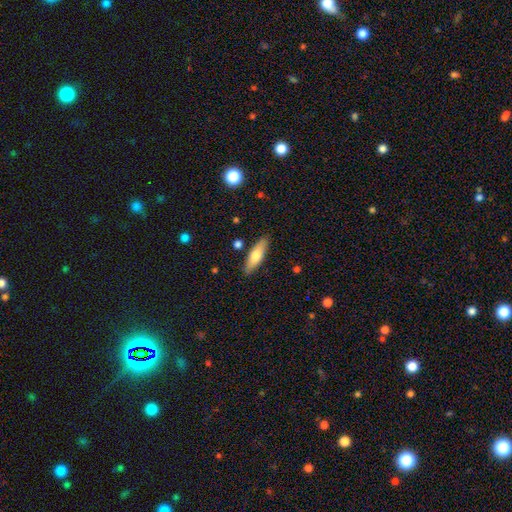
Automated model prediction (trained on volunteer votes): Q: Smooth or featured?
A: smooth (70%); runner-up: featured or disk (24%)
Q: How rounded?
A: in between (50%); runner-up: cigar-shaped (48%)
Q: Merging?
A: none (86%); runner-up: minor disturbance (10%)